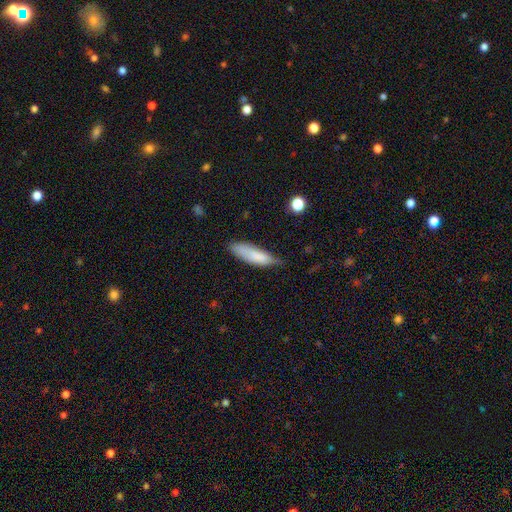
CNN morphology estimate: Smooth or featured? smooth (80%)
How rounded? cigar-shaped (51%)
Merging? none (52%)